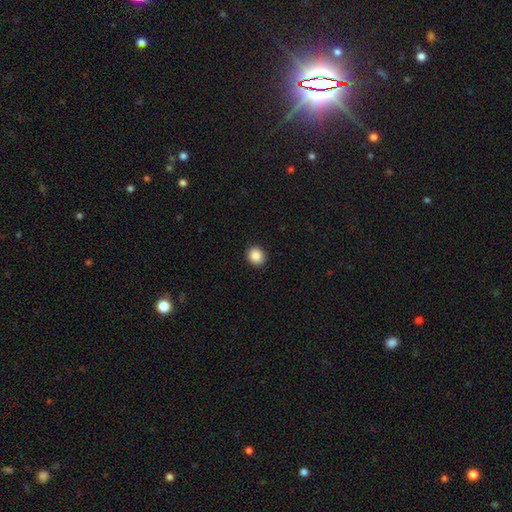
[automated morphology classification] smooth 88%, star or artifact 9%, featured or disk 3%. Down the decision tree: how rounded — round (80%); merging — none (92%).